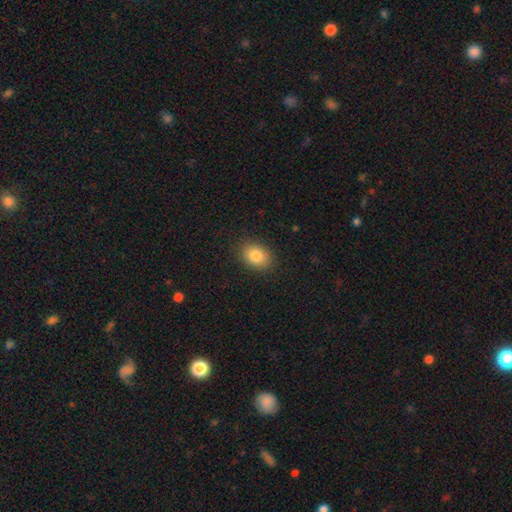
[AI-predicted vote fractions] A smooth galaxy with no disk features (84%) that is in between round and cigar-shaped (69%).

Vote fractions:
- Smooth or featured? smooth: 84% / star or artifact: 9% / featured or disk: 7%
- How rounded? in between: 69% / round: 30% / cigar-shaped: 1%
- Merging? none: 87% / minor disturbance: 9% / major disturbance: 3% / merger: 1%